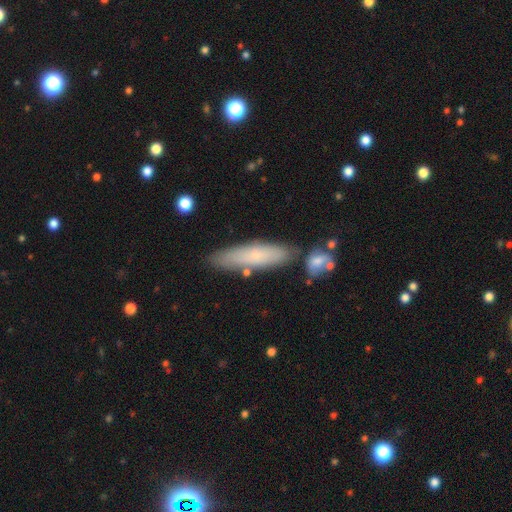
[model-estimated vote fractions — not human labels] smooth-or-featured: smooth: 67% | featured or disk: 26% | star or artifact: 7%
  how-rounded: cigar-shaped: 71% | in between: 27% | round: 2%
  merging: none: 76% | minor disturbance: 14% | merger: 8% | major disturbance: 3%